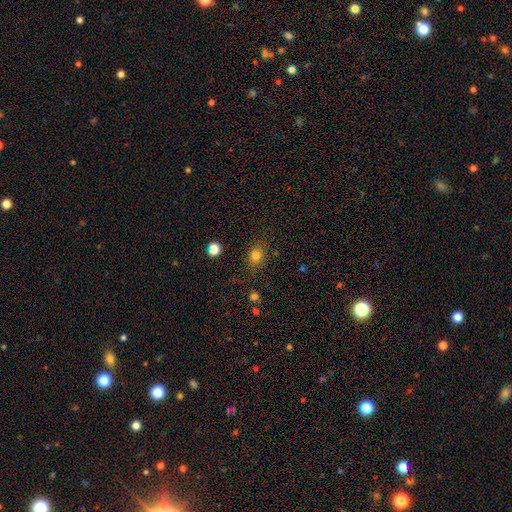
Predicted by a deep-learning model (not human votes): Smooth or featured: smooth — 78% (star or artifact — 15%)
How rounded: round — 58% (in between — 40%)
Merging: none — 77% (minor disturbance — 15%)